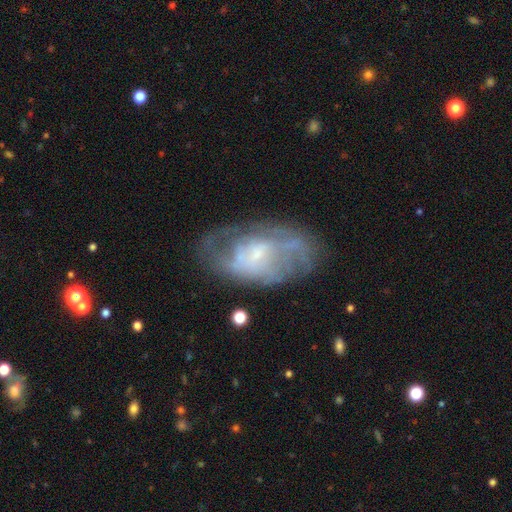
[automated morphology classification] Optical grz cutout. It shows a featured or disk galaxy (71%) with no bar (53%), spiral arms (70%) and a small central bulge (66%). Merging: none (61%).